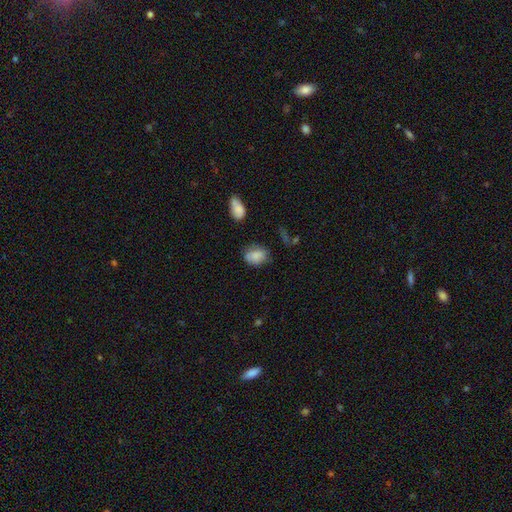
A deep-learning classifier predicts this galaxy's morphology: Overall: smooth (76%). How rounded: in between (58%; round 41%). Merging: none (56%; minor disturbance 28%).